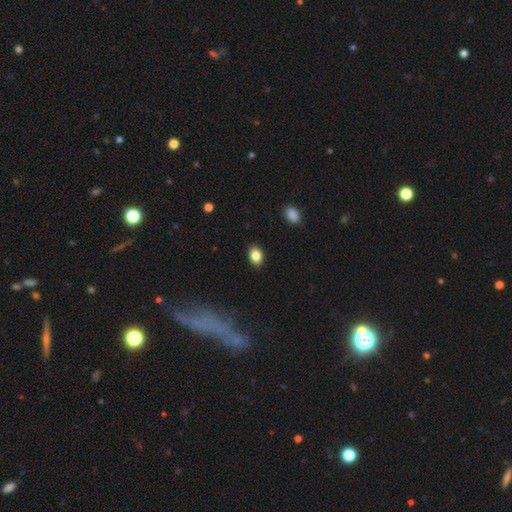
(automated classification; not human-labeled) Smooth or featured? smooth (85%)
How rounded? in between (78%)
Merging? none (88%)